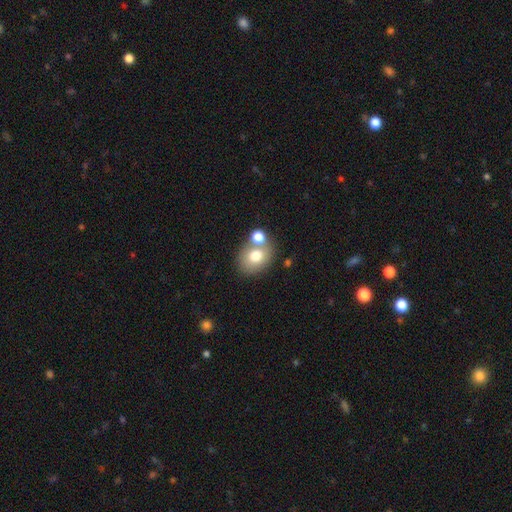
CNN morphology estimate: Smooth or featured?
  - smooth: 74% *
  - featured or disk: 16%
  - star or artifact: 10%
How rounded?
  - in between: 50% *
  - round: 49%
  - cigar-shaped: 1%
Merging?
  - none: 56% *
  - merger: 28%
  - minor disturbance: 12%
  - major disturbance: 4%